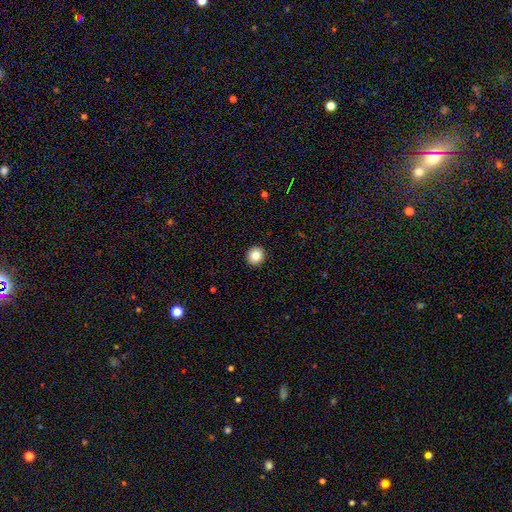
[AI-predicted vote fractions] A smooth galaxy with no disk features (83%) that is round (90%). Merging: none (93%).